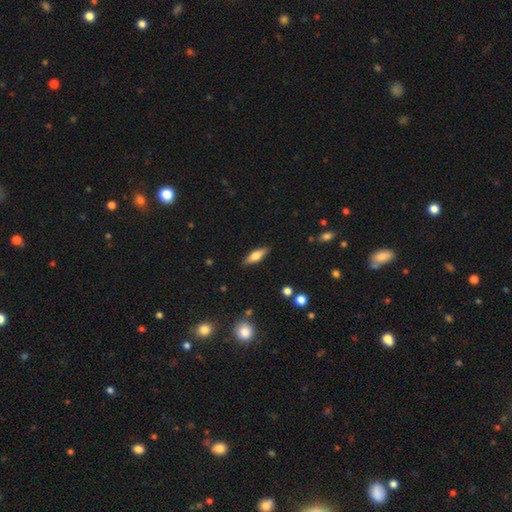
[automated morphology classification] smooth_or_featured: smooth (p=0.65) [alt: featured or disk p=0.27]
how_rounded: in between (p=0.57) [alt: cigar-shaped p=0.41]
merging: none (p=0.87) [alt: minor disturbance p=0.10]